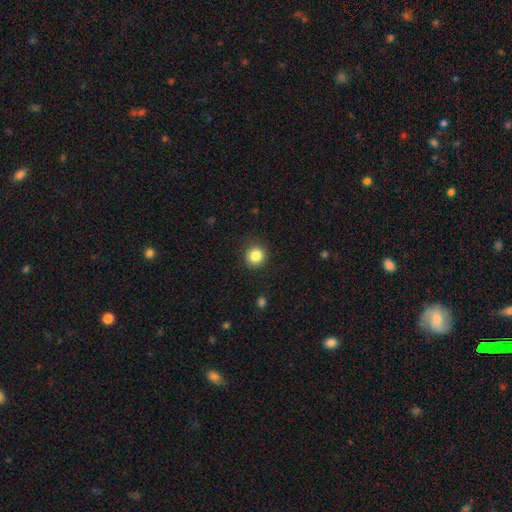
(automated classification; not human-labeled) Q: Smooth or featured?
A: smooth (85%); runner-up: star or artifact (11%)
Q: How rounded?
A: round (92%); runner-up: in between (7%)
Q: Merging?
A: none (89%); runner-up: minor disturbance (8%)